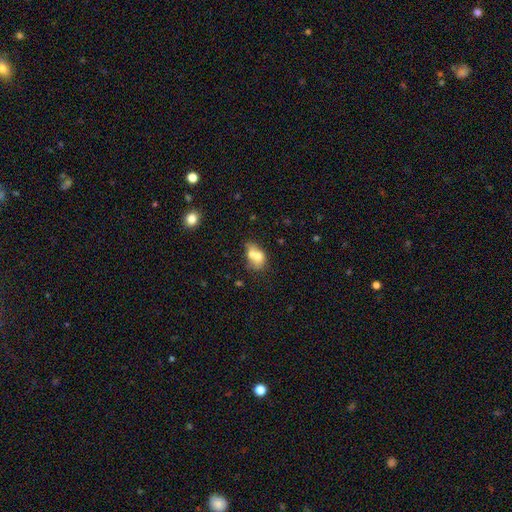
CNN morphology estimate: Smooth or featured?
  - smooth: 65% *
  - featured or disk: 25%
  - star or artifact: 10%
How rounded?
  - in between: 61% *
  - round: 38%
  - cigar-shaped: 2%
Merging?
  - merger: 62% *
  - none: 22%
  - minor disturbance: 10%
  - major disturbance: 6%